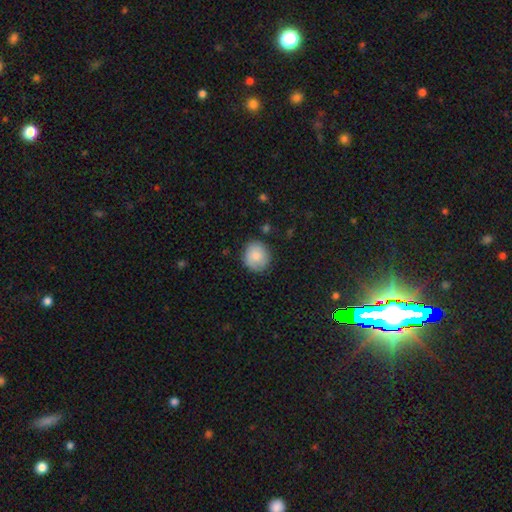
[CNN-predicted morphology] Smooth or featured: smooth — 83% (featured or disk — 10%)
How rounded: round — 86% (in between — 13%)
Merging: none — 84% (minor disturbance — 12%)